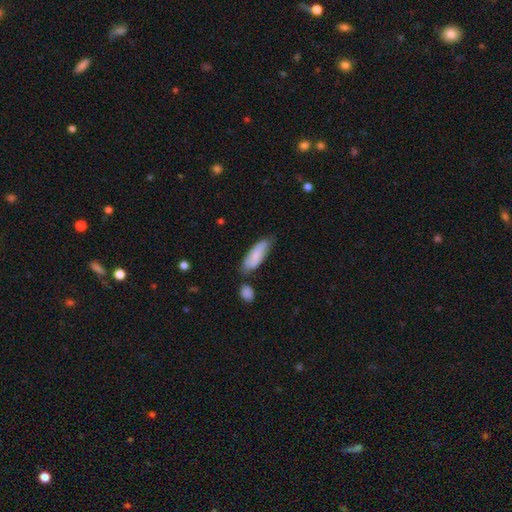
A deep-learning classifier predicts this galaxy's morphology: Smooth or featured? smooth (75%)
How rounded? in between (62%)
Merging? none (61%)